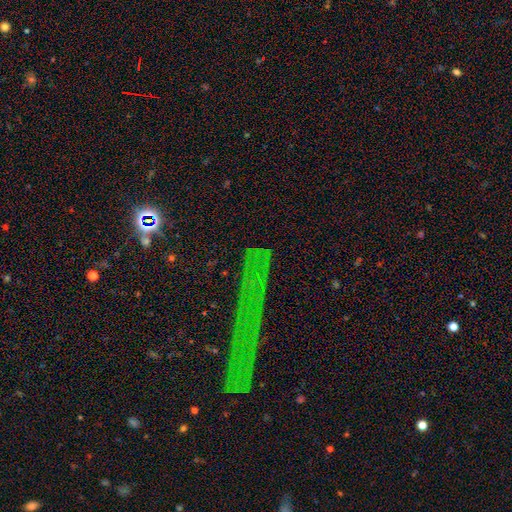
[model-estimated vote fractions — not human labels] smooth_or_featured: star or artifact (p=0.69) [alt: smooth p=0.16]